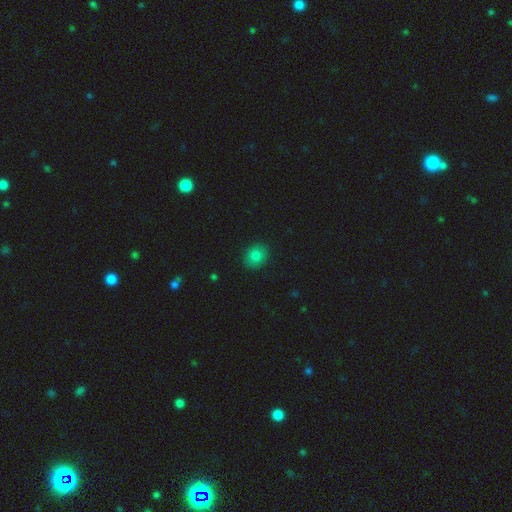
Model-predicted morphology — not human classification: This is clearly a smooth galaxy (81%). How rounded: likely round (61%). Merging: clearly none (89%).